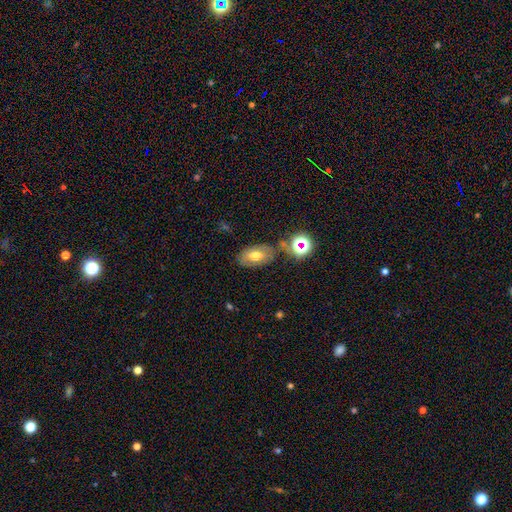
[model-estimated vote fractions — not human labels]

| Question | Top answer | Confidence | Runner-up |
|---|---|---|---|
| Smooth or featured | smooth | 62% | featured or disk (24%) |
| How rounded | in between | 88% | round (9%) |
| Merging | none | 68% | minor disturbance (18%) |